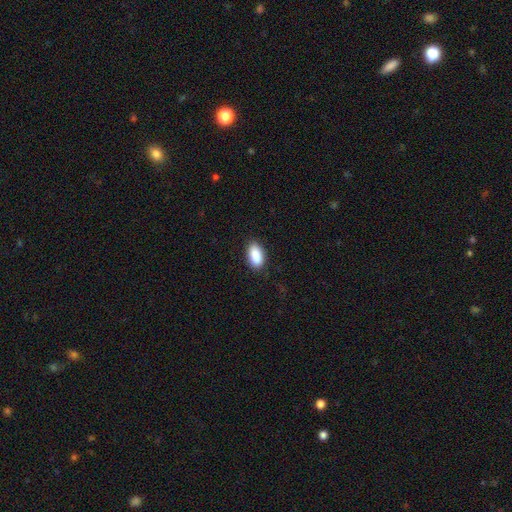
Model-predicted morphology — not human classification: type=smooth (89%); roundness=in between (92%); merging=none (84%).